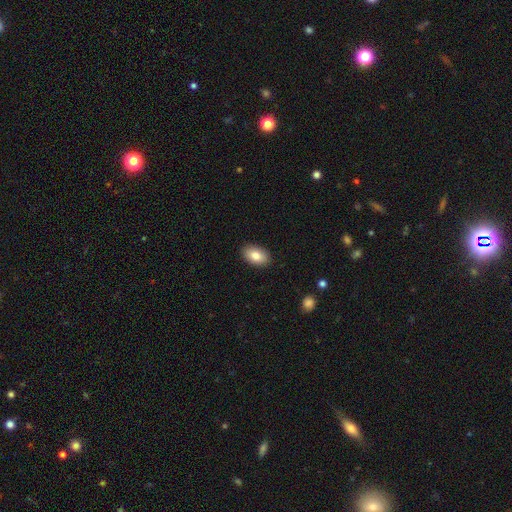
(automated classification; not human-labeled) Smooth or featured: smooth — 83% (featured or disk — 10%)
How rounded: in between — 92% (round — 6%)
Merging: none — 90% (minor disturbance — 7%)